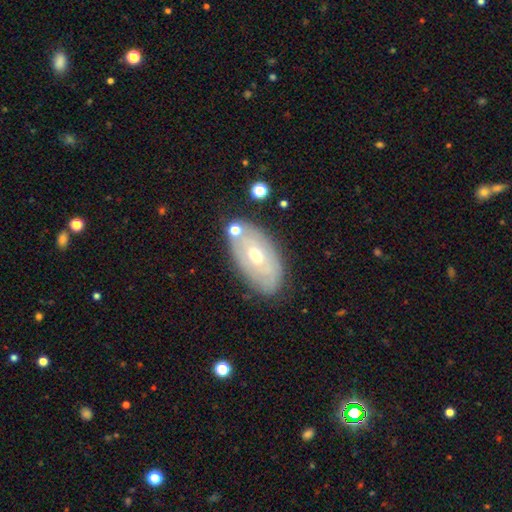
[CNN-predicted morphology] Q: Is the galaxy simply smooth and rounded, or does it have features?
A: featured or disk — 62%.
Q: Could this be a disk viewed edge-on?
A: no — 89%.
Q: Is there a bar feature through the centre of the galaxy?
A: no — 68%.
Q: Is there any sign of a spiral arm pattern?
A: yes — 52%.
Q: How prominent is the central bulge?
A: moderate — 67%.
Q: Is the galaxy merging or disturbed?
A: none — 74%.